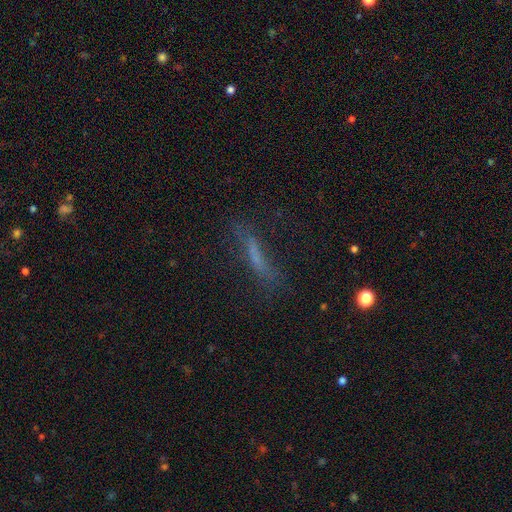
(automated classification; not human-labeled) Smooth or featured?
  - smooth: 44% *
  - featured or disk: 38%
  - star or artifact: 17%
Merging?
  - none: 62% *
  - minor disturbance: 21%
  - major disturbance: 15%
  - merger: 3%